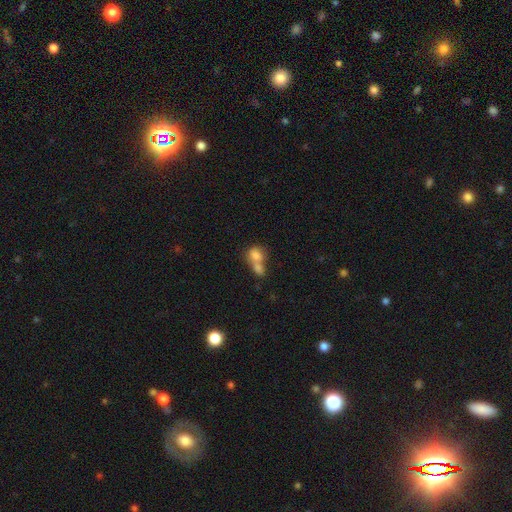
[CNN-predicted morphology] A smooth galaxy with no disk features (77%) that is in between round and cigar-shaped (55%). Merging: merger (69%).